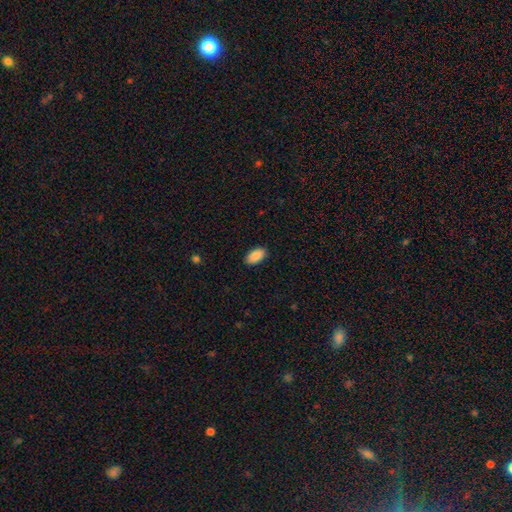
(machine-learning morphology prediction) Overall: smooth (89%). How rounded: in between (95%). Merging: none (89%).